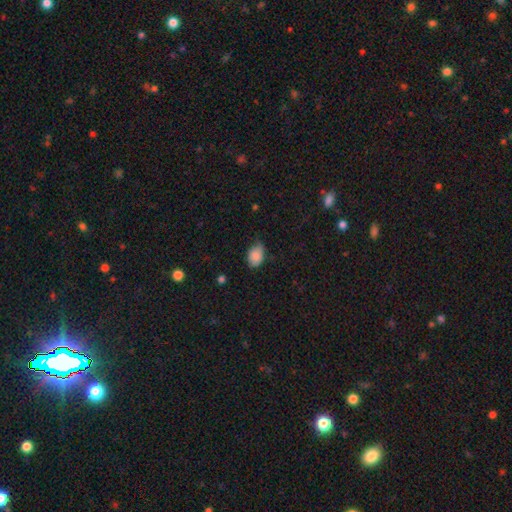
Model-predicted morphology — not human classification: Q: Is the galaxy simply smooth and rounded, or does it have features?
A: smooth — 86%.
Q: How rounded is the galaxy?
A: in between — 80%.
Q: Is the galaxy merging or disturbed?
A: none — 53%.